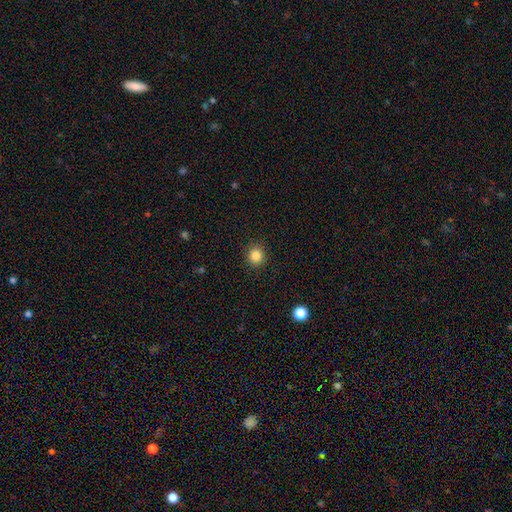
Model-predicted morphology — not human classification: This appears to be a smooth galaxy with no disk features (85%) that is round (90%). Merging: none (91%).